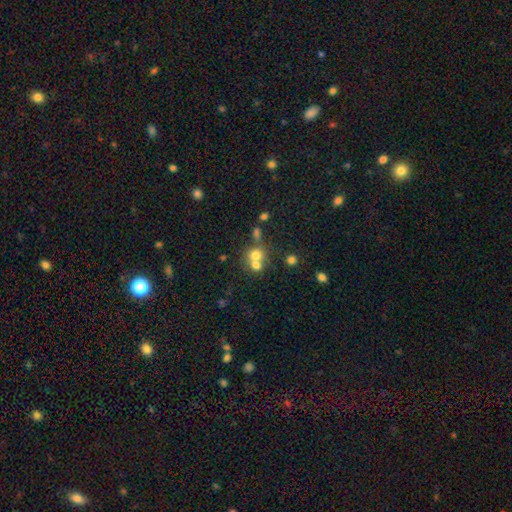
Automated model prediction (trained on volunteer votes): smooth 68%, featured or disk 17%, star or artifact 15%. Down the decision tree: how rounded — round (79%); merging — merger (54%).